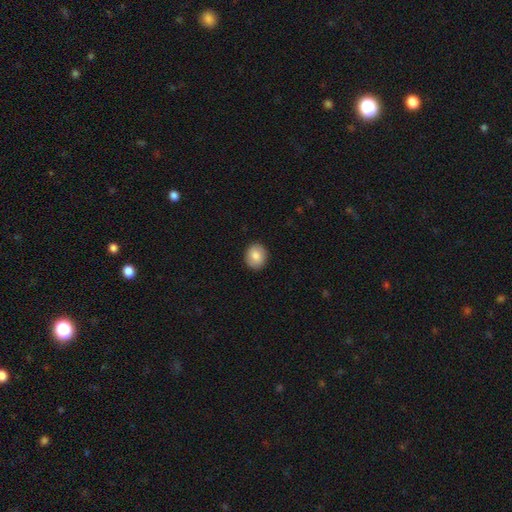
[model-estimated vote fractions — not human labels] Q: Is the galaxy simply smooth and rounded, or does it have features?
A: smooth — 84%.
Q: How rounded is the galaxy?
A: round — 70%.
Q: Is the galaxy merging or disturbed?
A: none — 91%.